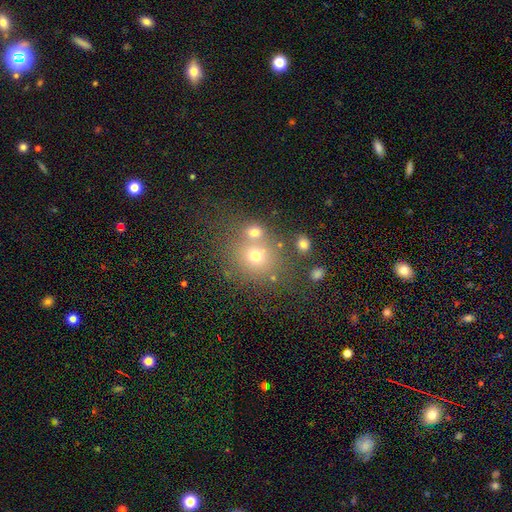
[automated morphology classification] A smooth galaxy with no disk features (66%) that is round (78%).

Vote fractions:
- Smooth or featured? smooth: 66% / star or artifact: 19% / featured or disk: 15%
- How rounded? round: 78% / in between: 21% / cigar-shaped: 1%
- Merging? none: 57% / merger: 26% / minor disturbance: 11% / major disturbance: 5%